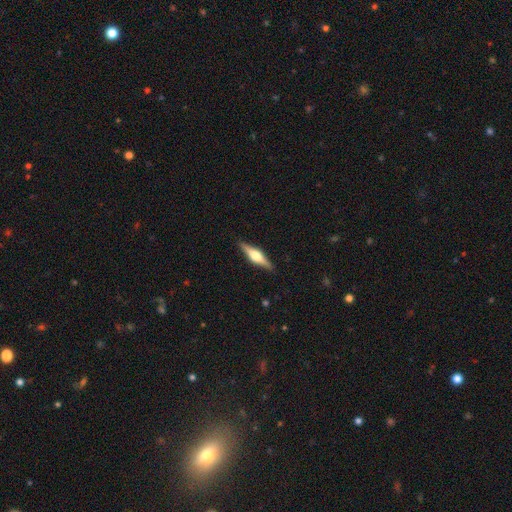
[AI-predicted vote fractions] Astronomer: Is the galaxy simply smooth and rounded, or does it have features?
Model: featured or disk — 73%.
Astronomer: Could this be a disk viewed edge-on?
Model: yes — 98%.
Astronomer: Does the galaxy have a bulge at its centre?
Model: rounded — 93%.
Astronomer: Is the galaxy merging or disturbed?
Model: none — 90%.